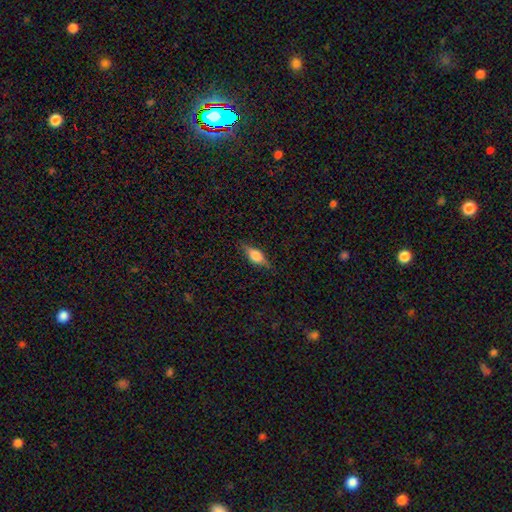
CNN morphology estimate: Smooth or featured? smooth (49%)
Merging? none (81%)